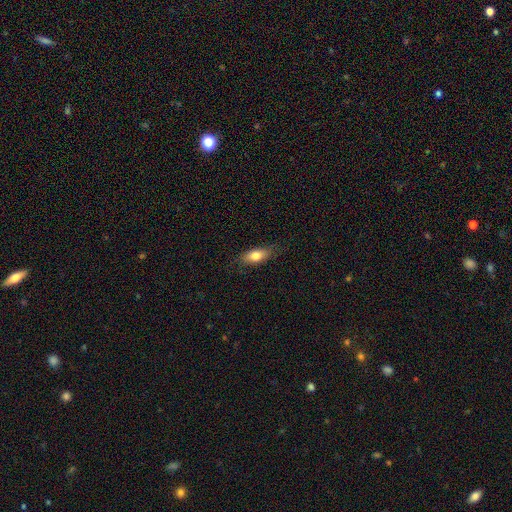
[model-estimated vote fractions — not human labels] smooth 76%, featured or disk 17%, star or artifact 7%. Down the decision tree: how rounded — in between (78%); merging — none (78%).